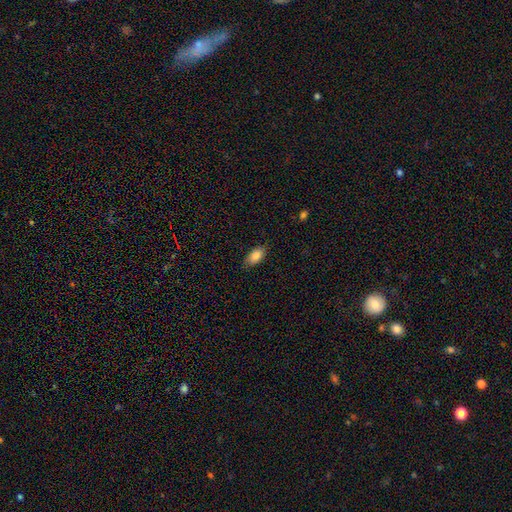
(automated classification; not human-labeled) smooth-or-featured: smooth: 85% | featured or disk: 8% | star or artifact: 7%
  how-rounded: in between: 91% | cigar-shaped: 5% | round: 4%
  merging: none: 81% | minor disturbance: 15% | major disturbance: 3% | merger: 1%